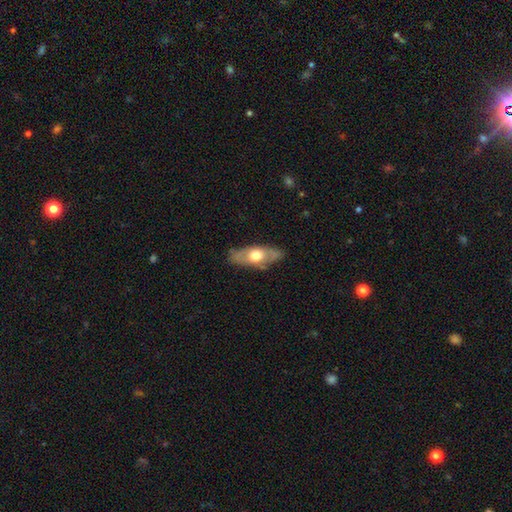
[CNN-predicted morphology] The model was most divided on "smooth or featured": smooth: 48%, featured or disk: 47%, star or artifact: 5%. More confident: merging — none (80%).